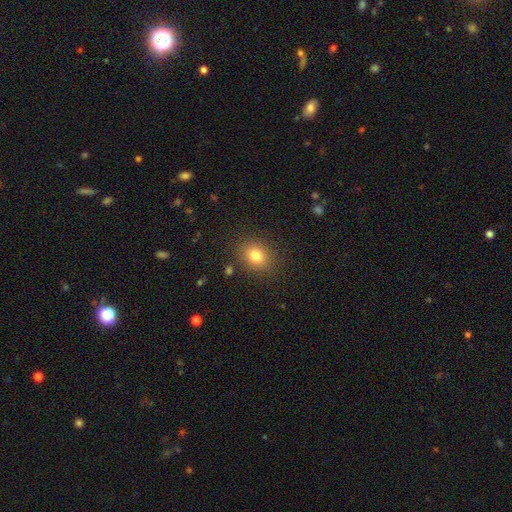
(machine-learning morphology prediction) Overall: smooth (80%). How rounded: round (61%; in between 39%). Merging: none (85%).